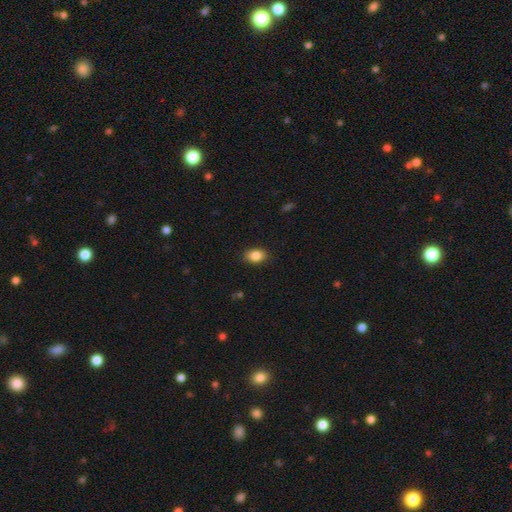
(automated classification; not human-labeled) smooth 86%, star or artifact 8%, featured or disk 6%. Down the decision tree: how rounded — in between (83%); merging — none (88%).